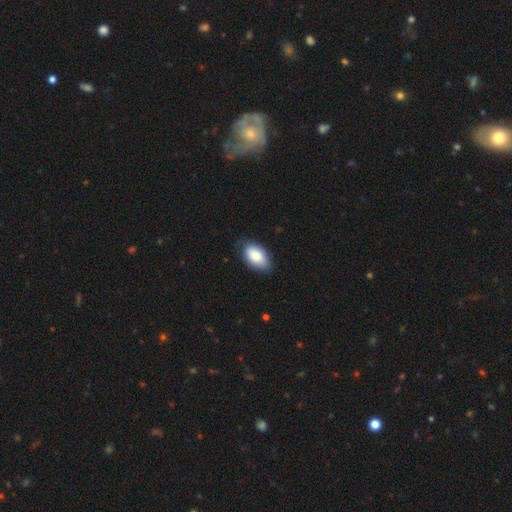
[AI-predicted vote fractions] Morphology: type=smooth (85%); roundness=in between (94%); merging=none (78%).